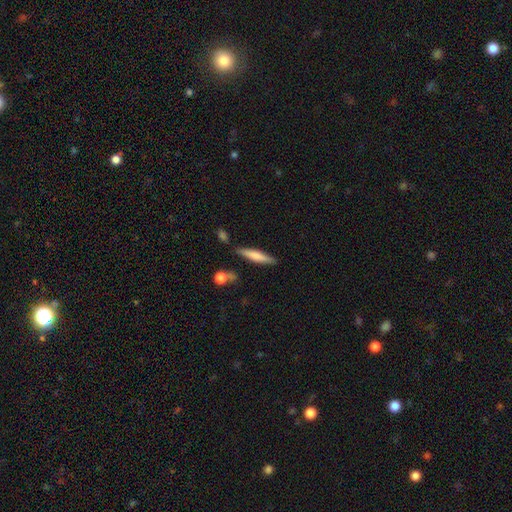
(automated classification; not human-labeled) This appears to be a smooth galaxy with no disk features (66%) that is cigar-shaped (86%). Merging: none (80%).